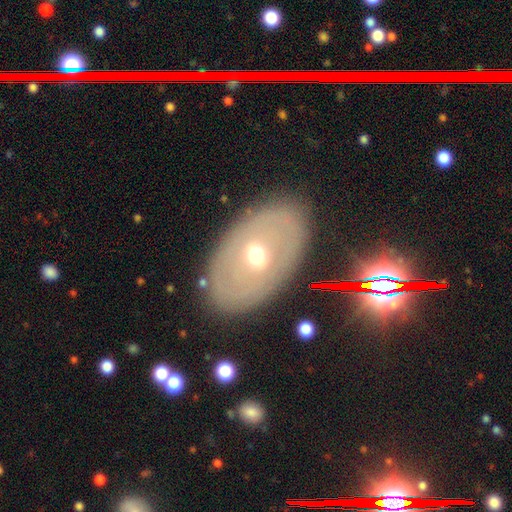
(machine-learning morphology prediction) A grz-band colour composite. It shows a featured or disk galaxy (50%). Merging: none (86%).